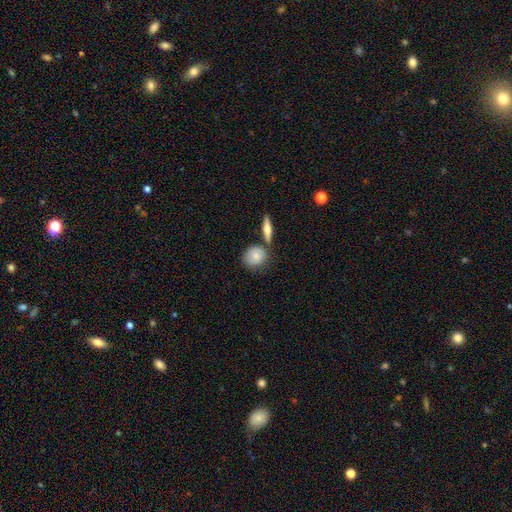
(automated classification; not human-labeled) Smooth or featured: smooth — 75% (featured or disk — 18%)
How rounded: round — 61% (in between — 36%)
Merging: none — 63% (minor disturbance — 18%)